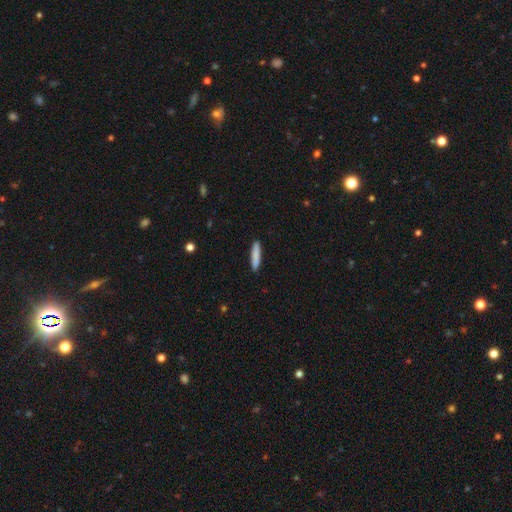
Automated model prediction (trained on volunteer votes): Smooth or featured? Predicted: smooth (p=0.85). How rounded? Predicted: cigar-shaped (p=0.88). Merging? Predicted: none (p=0.91).